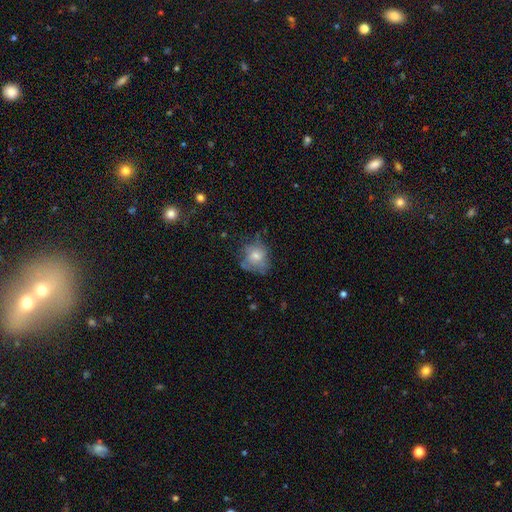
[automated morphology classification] type=smooth (51%); roundness=round (71%); merging=none (56%).